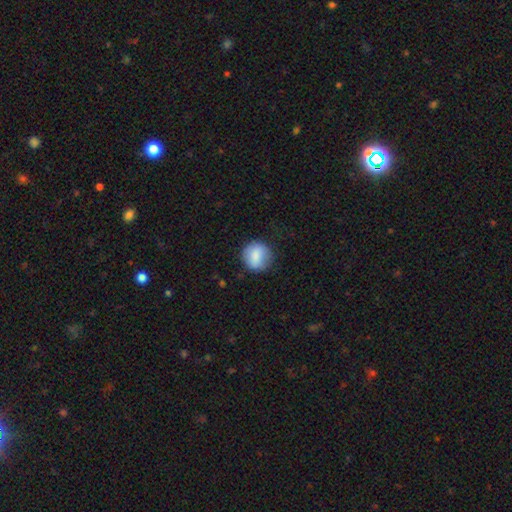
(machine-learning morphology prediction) This appears to be a smooth galaxy with no disk features (82%) that is round (87%). Merging: none (80%).